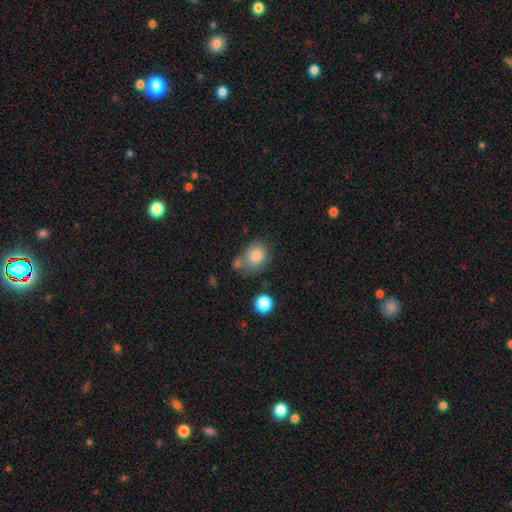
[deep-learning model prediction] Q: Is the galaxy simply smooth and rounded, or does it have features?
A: smooth — 83%.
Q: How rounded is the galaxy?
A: round — 58%.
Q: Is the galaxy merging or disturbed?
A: none — 53%.